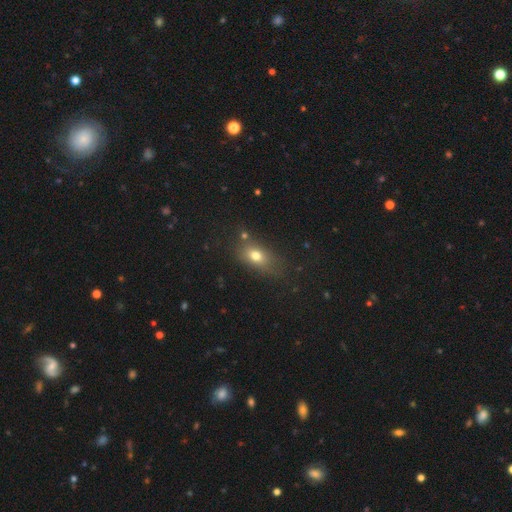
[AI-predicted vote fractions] Morphology: type=smooth (73%); roundness=in between (74%); merging=none (68%).